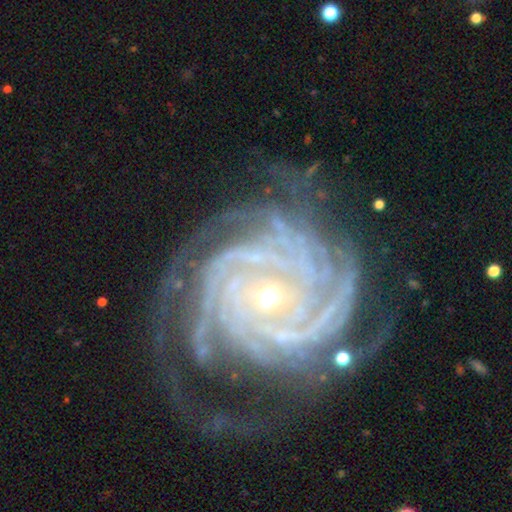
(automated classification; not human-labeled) This appears to be a featured or disk galaxy (92%) with no bar (64%), 4 (29%) tight (81%) spiral arms (99%) and a small central bulge (70%). Merging: none (69%).